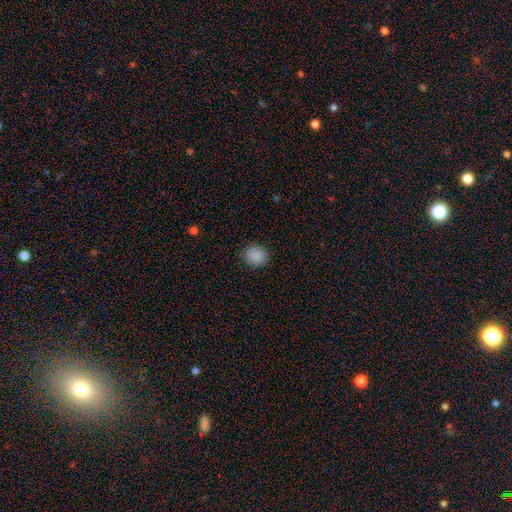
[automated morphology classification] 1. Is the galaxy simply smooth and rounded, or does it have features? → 88% smooth, 9% star or artifact, 3% featured or disk.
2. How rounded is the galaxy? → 74% round, 25% in between, 1% cigar-shaped.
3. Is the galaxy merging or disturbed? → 88% none, 9% minor disturbance, 2% major disturbance, 1% merger.